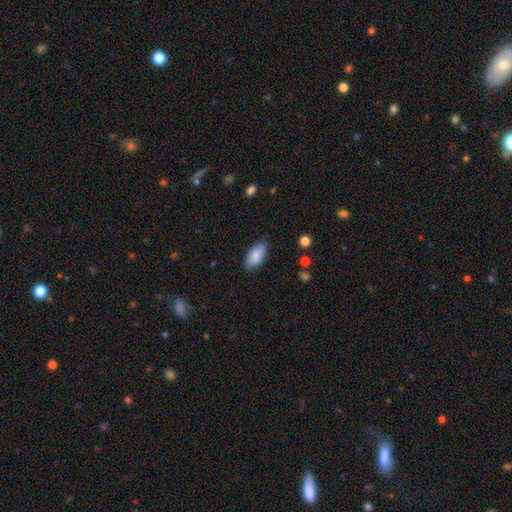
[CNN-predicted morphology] Smooth or featured: smooth — 87% (featured or disk — 7%)
How rounded: in between — 92% (cigar-shaped — 6%)
Merging: none — 84% (minor disturbance — 13%)